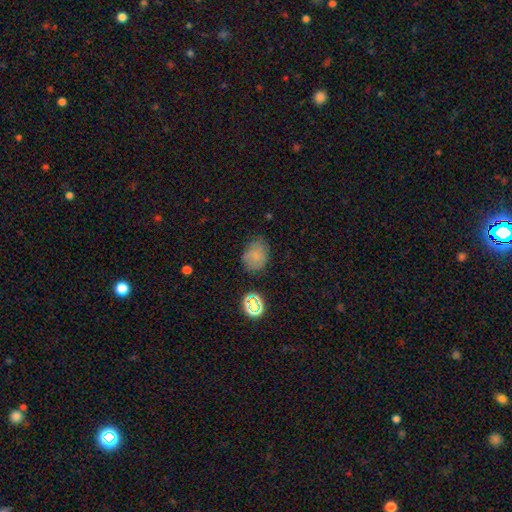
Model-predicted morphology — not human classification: Smooth or featured?
  - smooth: 73% *
  - star or artifact: 16%
  - featured or disk: 11%
How rounded?
  - round: 52% *
  - in between: 47%
  - cigar-shaped: 1%
Merging?
  - none: 66% *
  - minor disturbance: 25%
  - major disturbance: 7%
  - merger: 3%